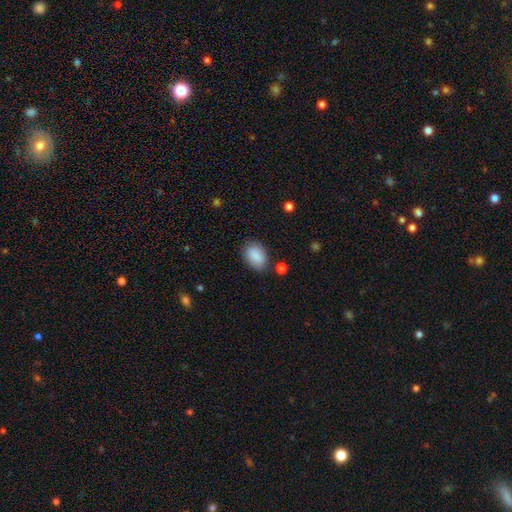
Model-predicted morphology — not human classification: The model was most divided on "merging": none: 80%, minor disturbance: 14%, major disturbance: 4%, merger: 3%. More confident: smooth or featured — smooth (88%); how rounded — in between (84%).